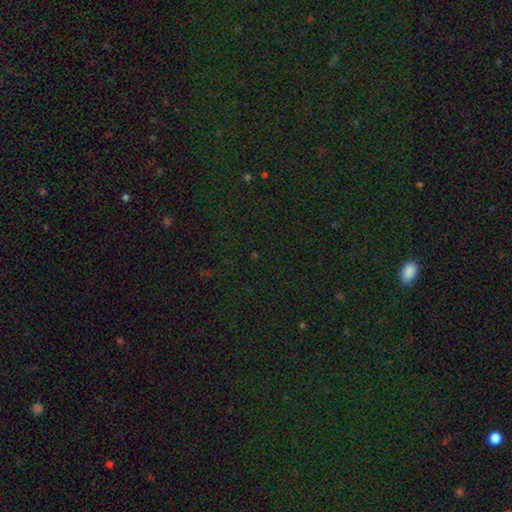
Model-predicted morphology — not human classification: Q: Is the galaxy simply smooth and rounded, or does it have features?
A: star or artifact — 80%.